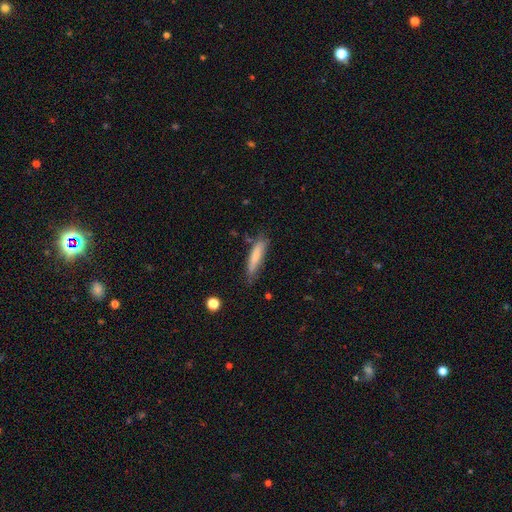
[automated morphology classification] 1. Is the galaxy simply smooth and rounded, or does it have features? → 73% smooth, 21% featured or disk, 6% star or artifact.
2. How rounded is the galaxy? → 80% cigar-shaped, 19% in between, 1% round.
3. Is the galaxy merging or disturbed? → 70% none, 22% minor disturbance, 4% major disturbance, 3% merger.